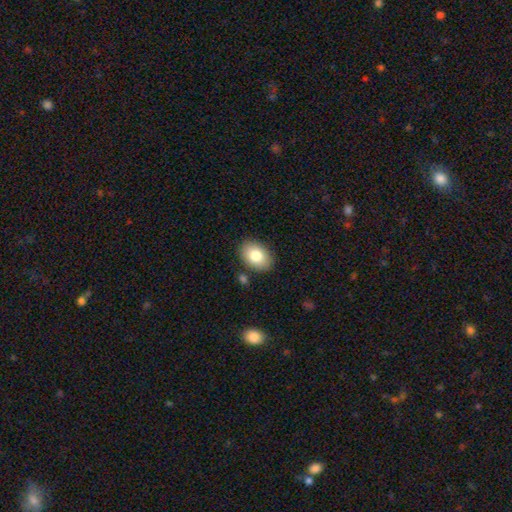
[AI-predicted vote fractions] This is clearly a smooth galaxy (81%). How rounded: clearly in between (82%). Merging: clearly none (85%).